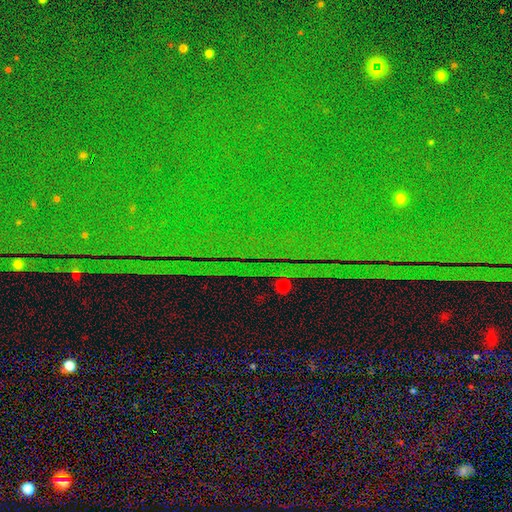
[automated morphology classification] The model was most divided on "smooth or featured": star or artifact: 87%, featured or disk: 7%, smooth: 6%.